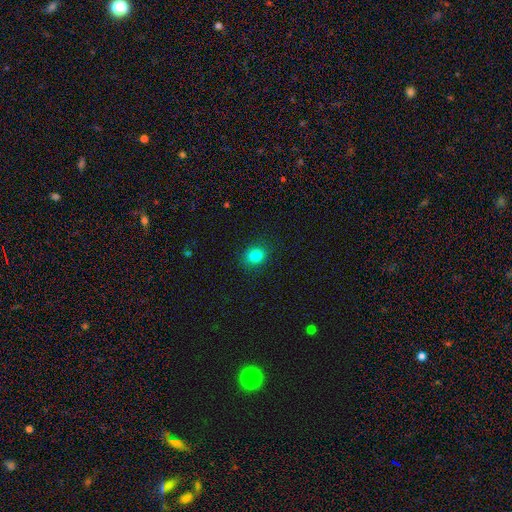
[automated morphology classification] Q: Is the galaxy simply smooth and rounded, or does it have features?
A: smooth — 83%.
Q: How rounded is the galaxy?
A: round — 66%.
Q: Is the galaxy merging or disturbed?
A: none — 88%.